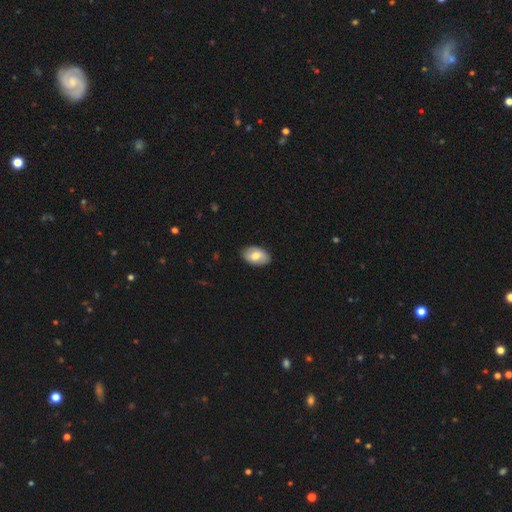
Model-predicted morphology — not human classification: type=smooth (69%); roundness=in between (92%); merging=none (86%).